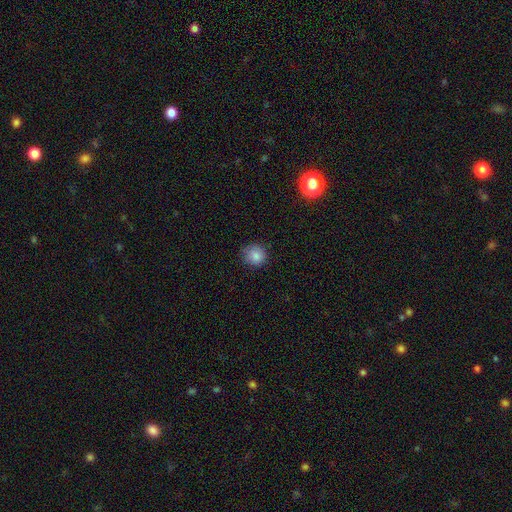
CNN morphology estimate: Overall: smooth (85%). How rounded: round (88%). Merging: none (78%).